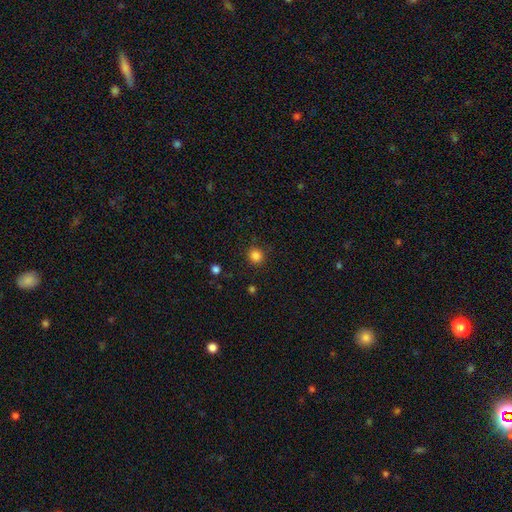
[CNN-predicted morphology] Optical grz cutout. It shows a smooth galaxy with no disk features (84%) that is round (89%). Merging: none (88%).